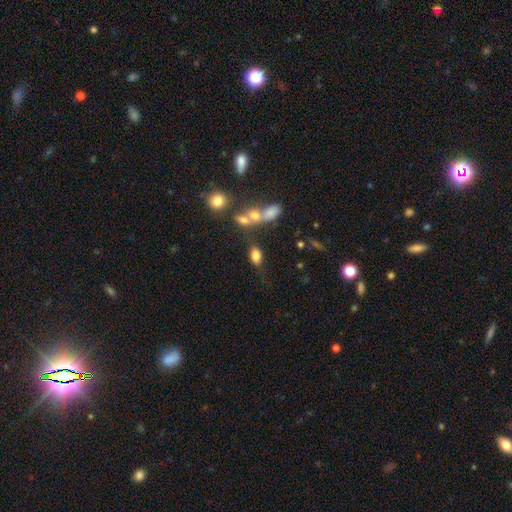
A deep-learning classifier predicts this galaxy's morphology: smooth 80%, star or artifact 11%, featured or disk 9%. Down the decision tree: how rounded — in between (85%); merging — none (59%).